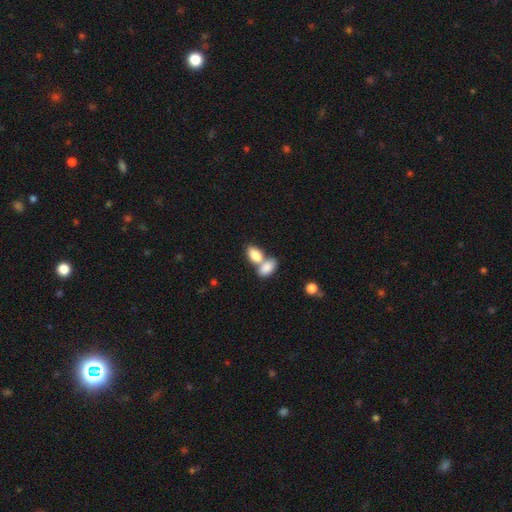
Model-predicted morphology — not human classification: A smooth galaxy with no disk features (83%) that is in between round and cigar-shaped (91%). Merging: merger (64%).